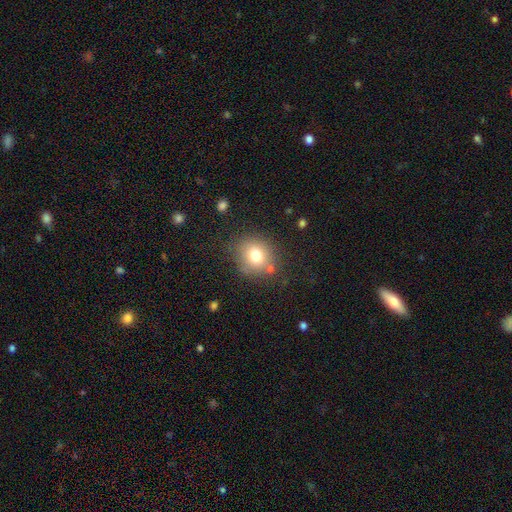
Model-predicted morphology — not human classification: smooth_or_featured: smooth (p=0.76) [alt: star or artifact p=0.12]
how_rounded: round (p=0.75) [alt: in between p=0.24]
merging: none (p=0.75) [alt: minor disturbance p=0.14]